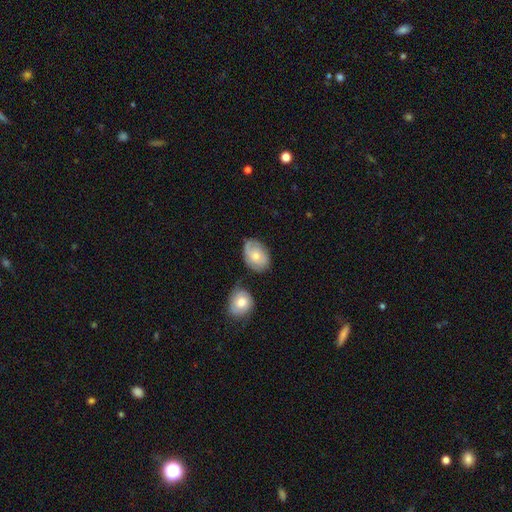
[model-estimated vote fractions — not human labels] Q: Smooth or featured?
A: smooth (53%); runner-up: featured or disk (40%)
Q: How rounded?
A: in between (72%); runner-up: round (26%)
Q: Merging?
A: none (55%); runner-up: minor disturbance (27%)